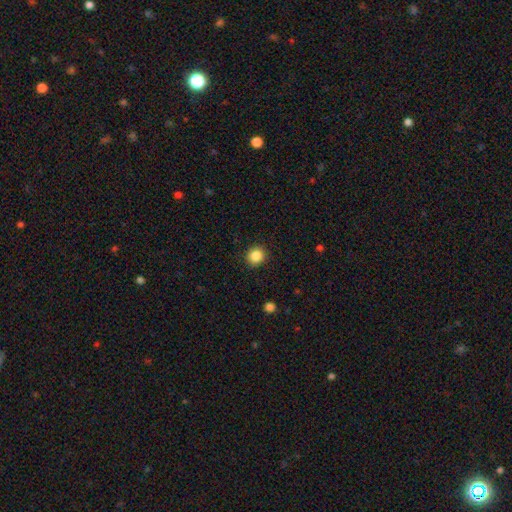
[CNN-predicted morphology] A smooth galaxy with no disk features (86%) that is round (88%). Merging: none (91%).